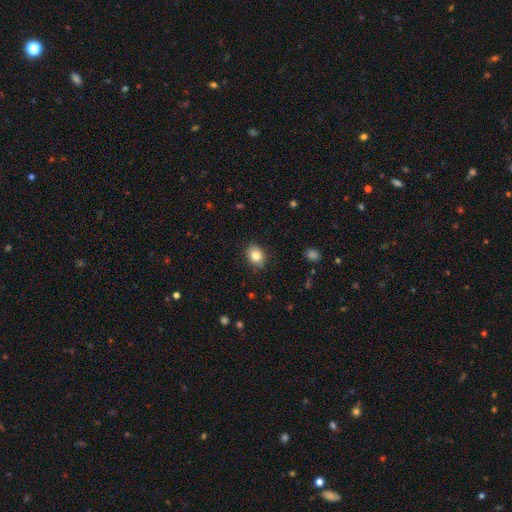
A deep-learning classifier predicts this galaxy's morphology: A smooth galaxy with no disk features (83%) that is in between round and cigar-shaped (69%).

Vote fractions:
- Smooth or featured? smooth: 83% / star or artifact: 9% / featured or disk: 8%
- How rounded? in between: 69% / round: 30% / cigar-shaped: 1%
- Merging? none: 85% / minor disturbance: 12% / major disturbance: 3% / merger: 1%